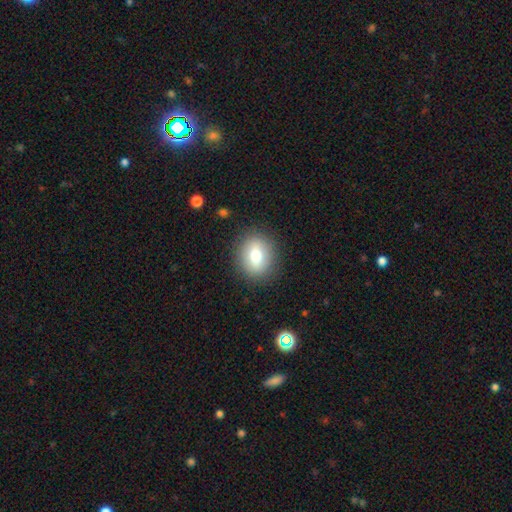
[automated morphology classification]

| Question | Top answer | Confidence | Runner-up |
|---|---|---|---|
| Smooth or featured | smooth | 71% | featured or disk (20%) |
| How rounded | round | 64% | in between (35%) |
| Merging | none | 87% | minor disturbance (9%) |